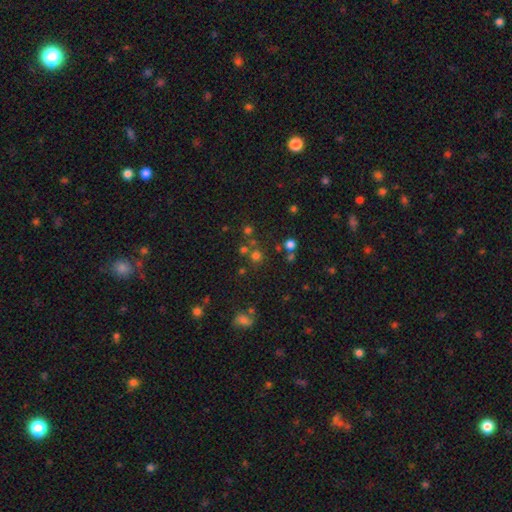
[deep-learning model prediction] This is likely a smooth galaxy (62%). How rounded: clearly round (91%). Merging: likely none (71%).